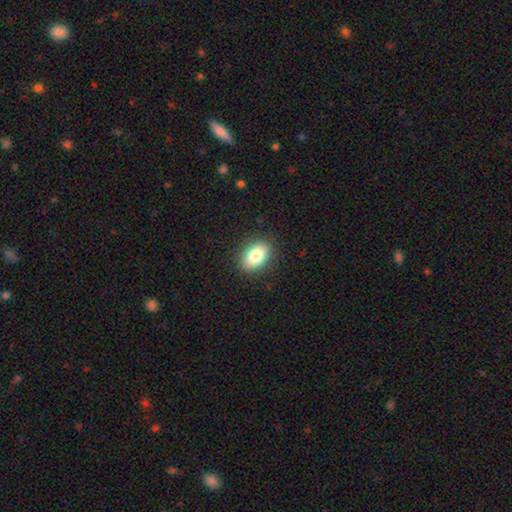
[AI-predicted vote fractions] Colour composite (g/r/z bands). It shows a smooth galaxy with no disk features (83%) that is in between round and cigar-shaped (85%). Merging: none (88%).